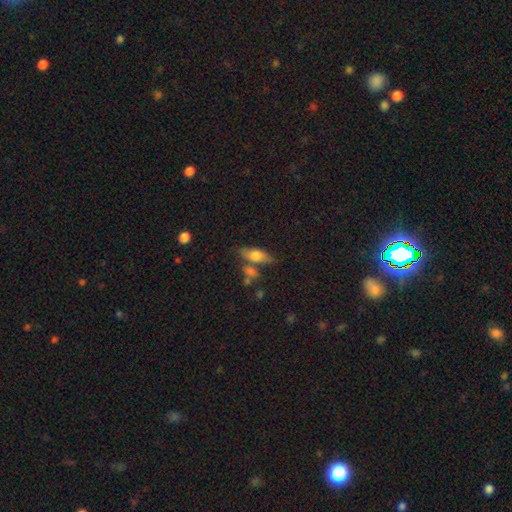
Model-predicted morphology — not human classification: Smooth or featured? Predicted: smooth (p=0.64). How rounded? Predicted: in between (p=0.62). Merging? Predicted: none (p=0.62).